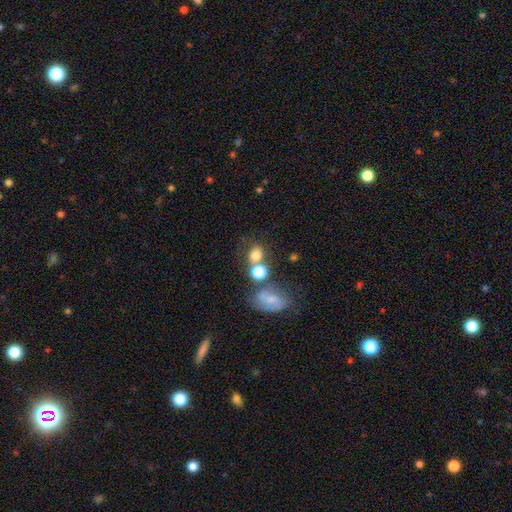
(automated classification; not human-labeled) Morphology: type=smooth (70%); roundness=round (69%); merging=none (48%).